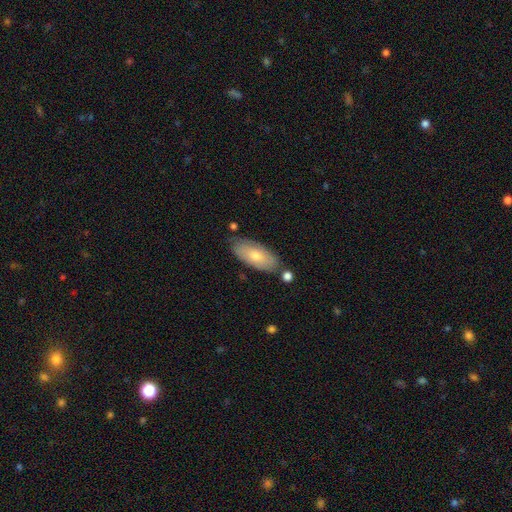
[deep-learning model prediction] Smooth or featured? smooth (66%)
How rounded? in between (87%)
Merging? none (78%)